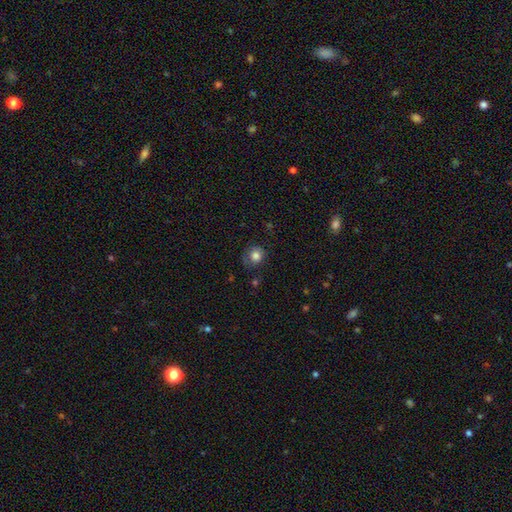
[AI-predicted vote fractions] smooth_or_featured: smooth (p=0.79) [alt: featured or disk p=0.11]
how_rounded: round (p=0.77) [alt: in between p=0.22]
merging: none (p=0.65) [alt: minor disturbance p=0.23]